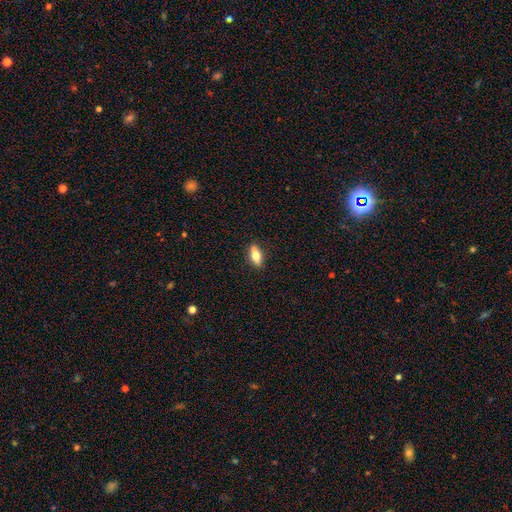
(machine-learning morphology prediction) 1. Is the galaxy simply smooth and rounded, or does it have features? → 65% smooth, 27% featured or disk, 8% star or artifact.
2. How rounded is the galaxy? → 75% in between, 20% cigar-shaped, 5% round.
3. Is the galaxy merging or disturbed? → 77% none, 13% minor disturbance, 7% merger, 3% major disturbance.